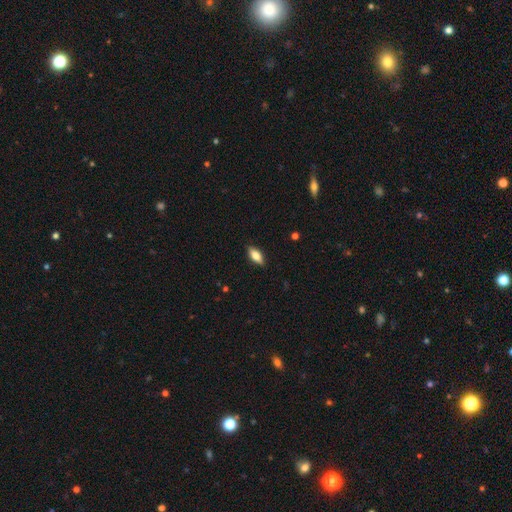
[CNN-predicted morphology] Overall: smooth (75%). How rounded: in between (82%). Merging: none (87%).